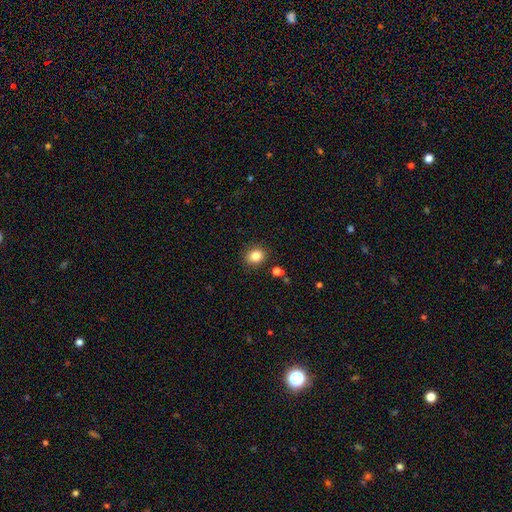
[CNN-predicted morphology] smooth 83%, star or artifact 11%, featured or disk 6%. Down the decision tree: how rounded — round (71%); merging — none (87%).